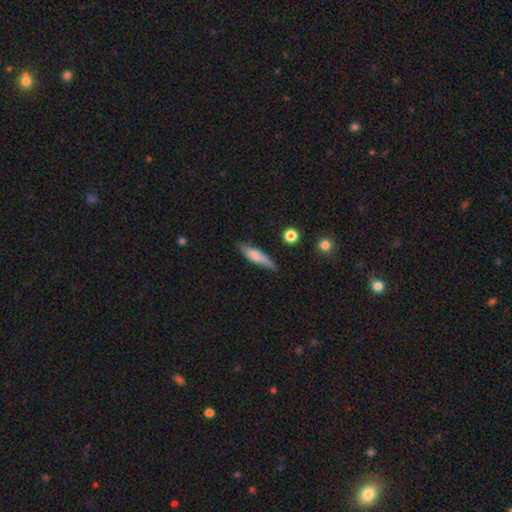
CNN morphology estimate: A smooth galaxy with no disk features (67%) that is cigar-shaped (68%).

Vote fractions:
- Smooth or featured? smooth: 67% / featured or disk: 26% / star or artifact: 7%
- How rounded? cigar-shaped: 68% / in between: 30% / round: 3%
- Merging? none: 72% / minor disturbance: 21% / major disturbance: 4% / merger: 2%